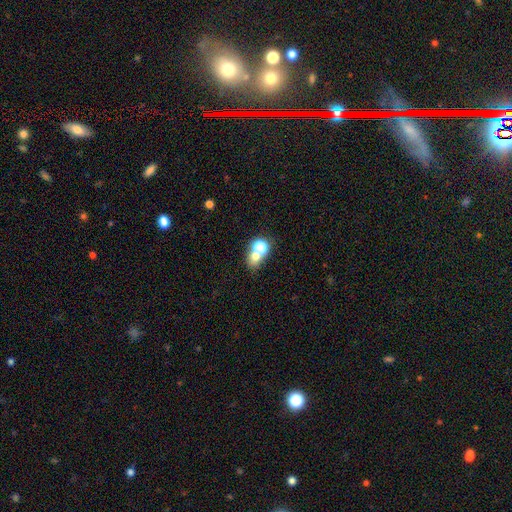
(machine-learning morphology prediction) smooth_or_featured: smooth (p=0.65) [alt: star or artifact p=0.19]
how_rounded: round (p=0.60) [alt: in between p=0.39]
merging: merger (p=0.53) [alt: none p=0.37]